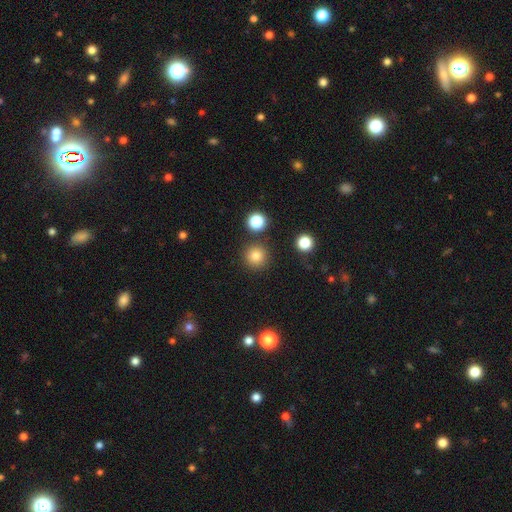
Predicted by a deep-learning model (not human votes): smooth-or-featured: smooth: 81% | star or artifact: 13% | featured or disk: 6%
  how-rounded: round: 96% | in between: 3% | cigar-shaped: 1%
  merging: none: 87% | minor disturbance: 6% | merger: 4% | major disturbance: 2%